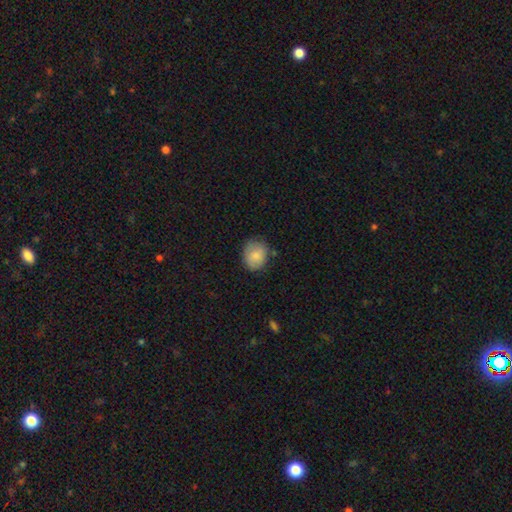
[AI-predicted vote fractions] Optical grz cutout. It shows a smooth galaxy with no disk features (83%) that is round (61%). Merging: none (74%).